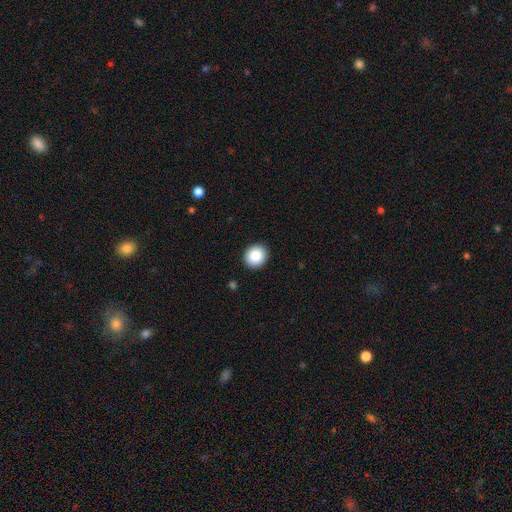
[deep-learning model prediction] This appears to be a smooth galaxy with no disk features (88%) that is round (83%). Merging: none (92%).